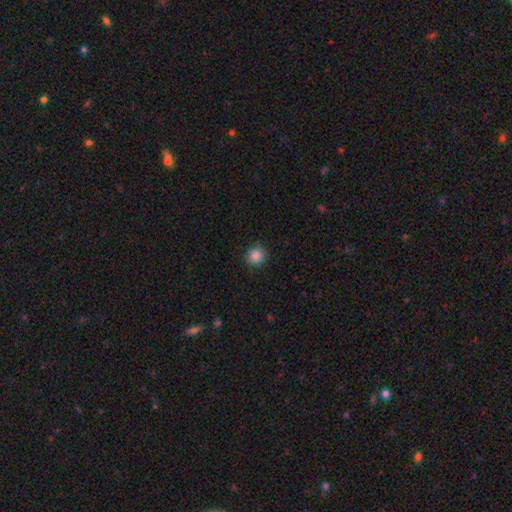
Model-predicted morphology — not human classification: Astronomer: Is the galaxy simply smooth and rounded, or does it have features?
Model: smooth — 86%.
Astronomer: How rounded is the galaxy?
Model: round — 90%.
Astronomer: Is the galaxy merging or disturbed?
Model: none — 89%.